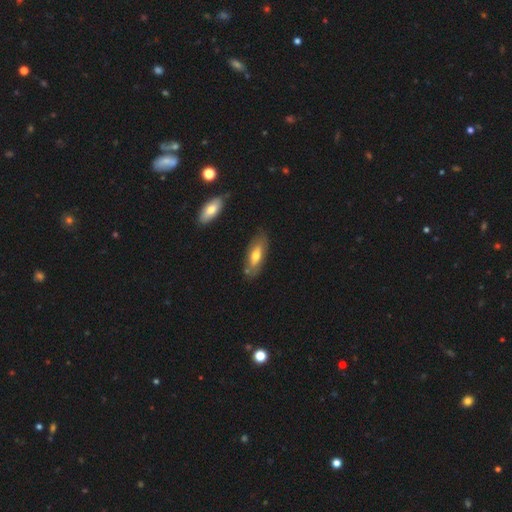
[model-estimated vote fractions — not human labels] Smooth or featured?
  - smooth: 55% *
  - featured or disk: 39%
  - star or artifact: 6%
How rounded?
  - in between: 72% *
  - cigar-shaped: 25%
  - round: 2%
Merging?
  - none: 76% *
  - minor disturbance: 16%
  - merger: 5%
  - major disturbance: 4%